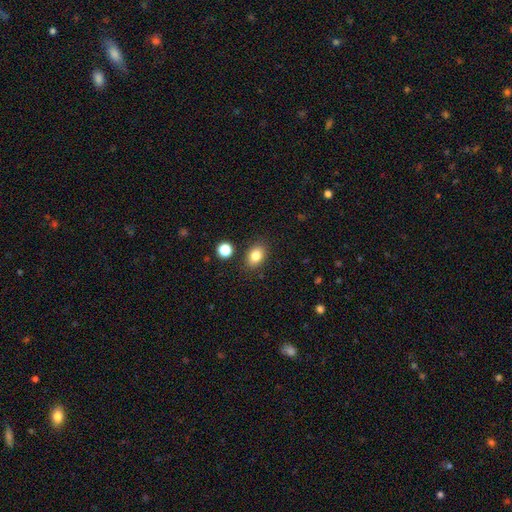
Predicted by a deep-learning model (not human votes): A smooth galaxy with no disk features (82%) that is in between round and cigar-shaped (70%).

Vote fractions:
- Smooth or featured? smooth: 82% / star or artifact: 10% / featured or disk: 7%
- How rounded? in between: 70% / round: 29% / cigar-shaped: 1%
- Merging? none: 84% / minor disturbance: 10% / merger: 4% / major disturbance: 3%